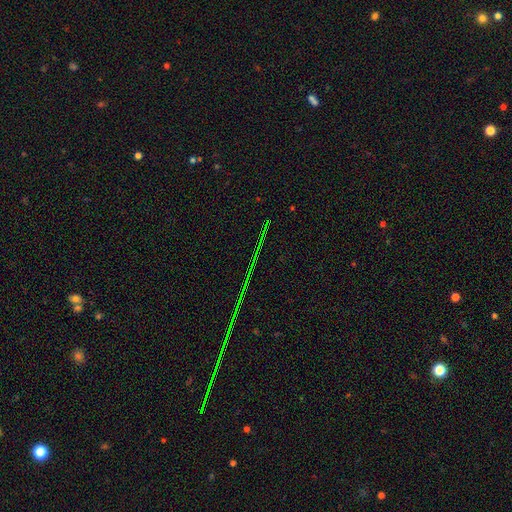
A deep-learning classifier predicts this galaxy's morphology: A star or artifact, not a galaxy (83%).